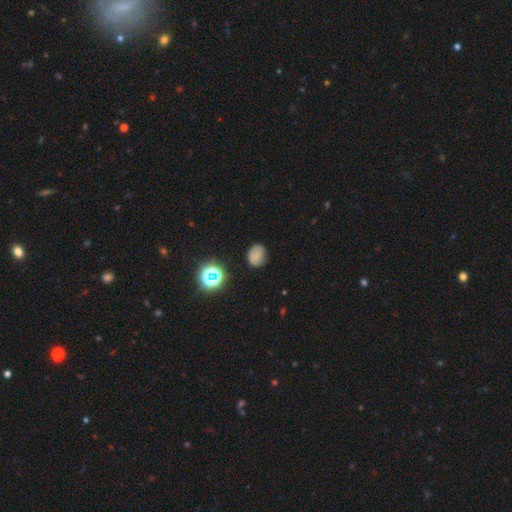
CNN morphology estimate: Smooth or featured: smooth — 73% (star or artifact — 18%)
How rounded: in between — 50% (round — 49%)
Merging: none — 77% (minor disturbance — 17%)